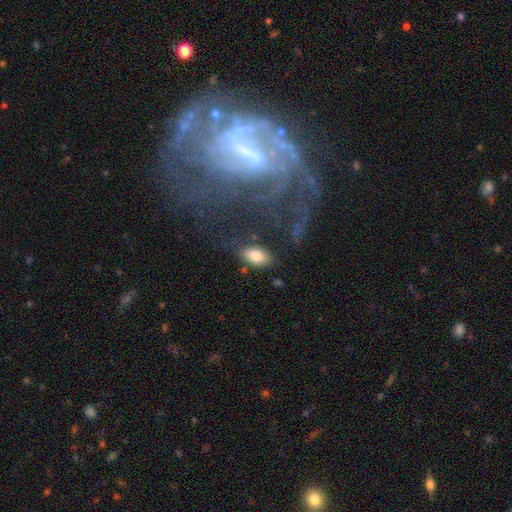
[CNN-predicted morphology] Smooth or featured: smooth — 81% (featured or disk — 11%)
How rounded: in between — 92% (round — 4%)
Merging: none — 78% (minor disturbance — 14%)